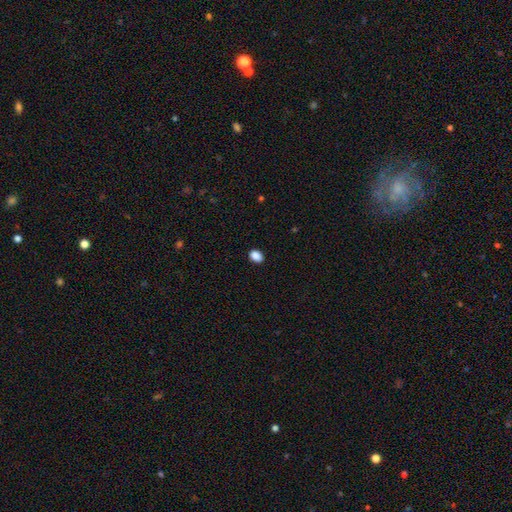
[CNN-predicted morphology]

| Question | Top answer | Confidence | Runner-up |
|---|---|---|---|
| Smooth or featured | smooth | 88% | star or artifact (9%) |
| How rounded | in between | 66% | round (33%) |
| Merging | none | 90% | minor disturbance (8%) |